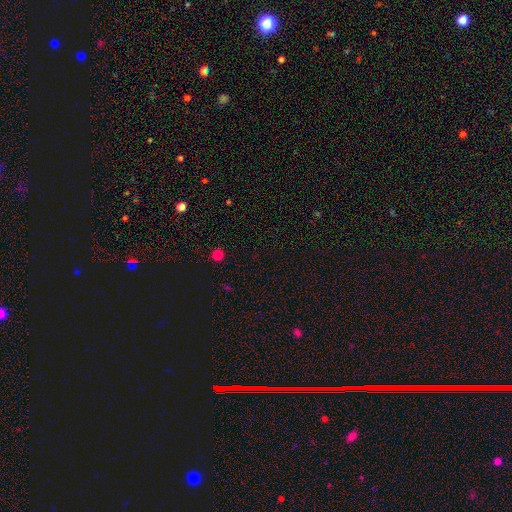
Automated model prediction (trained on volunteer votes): Smooth or featured? star or artifact (59%)